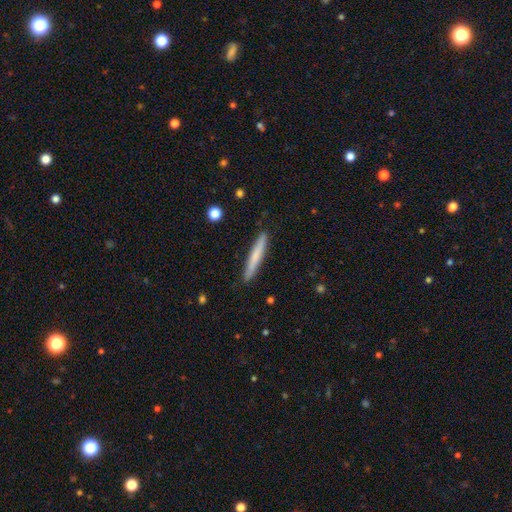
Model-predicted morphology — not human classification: A smooth galaxy with no disk features (69%) that is cigar-shaped (96%).

Vote fractions:
- Smooth or featured? smooth: 69% / featured or disk: 25% / star or artifact: 5%
- How rounded? cigar-shaped: 96% / in between: 3% / round: 1%
- Merging? none: 90% / minor disturbance: 7% / major disturbance: 1% / merger: 1%